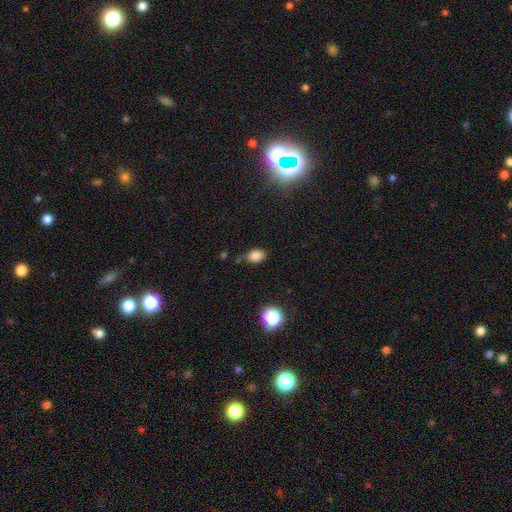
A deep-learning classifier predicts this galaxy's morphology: Smooth or featured?
  - smooth: 82% *
  - star or artifact: 13%
  - featured or disk: 6%
How rounded?
  - in between: 72% *
  - round: 26%
  - cigar-shaped: 1%
Merging?
  - none: 68% *
  - minor disturbance: 23%
  - major disturbance: 5%
  - merger: 4%